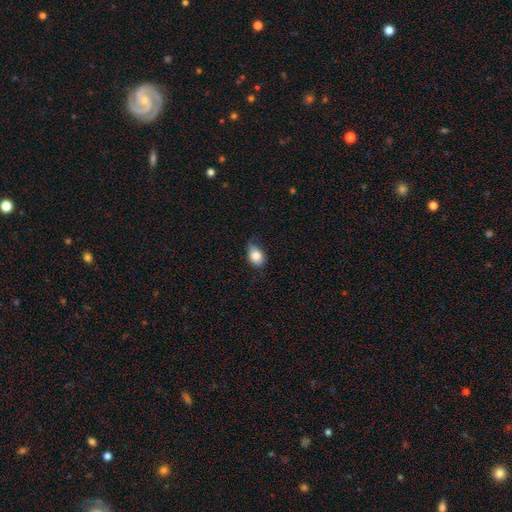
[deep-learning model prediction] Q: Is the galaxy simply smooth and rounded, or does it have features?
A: smooth — 83%.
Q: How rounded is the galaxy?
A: in between — 70%.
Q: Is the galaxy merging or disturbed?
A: none — 55%.